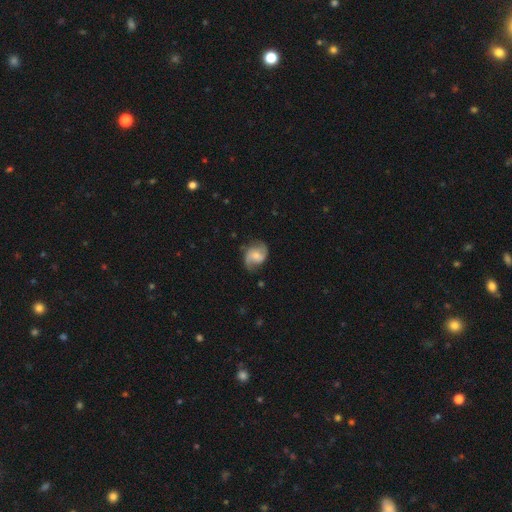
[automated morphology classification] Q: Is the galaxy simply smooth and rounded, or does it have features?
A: featured or disk — 73%.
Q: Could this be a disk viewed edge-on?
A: no — 98%.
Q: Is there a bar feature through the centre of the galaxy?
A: no — 56%.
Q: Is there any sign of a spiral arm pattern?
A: yes — 94%.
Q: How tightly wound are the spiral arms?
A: medium — 46%.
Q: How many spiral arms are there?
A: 2 — 86%.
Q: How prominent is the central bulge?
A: moderate — 46%.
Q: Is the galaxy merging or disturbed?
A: none — 70%.